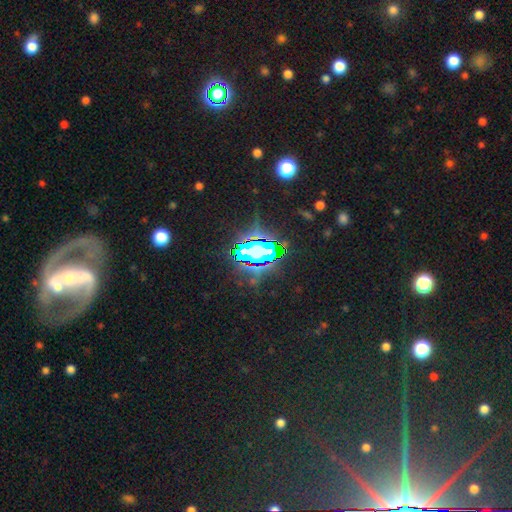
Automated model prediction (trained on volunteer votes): This appears to be a star or artifact, not a galaxy (69%).